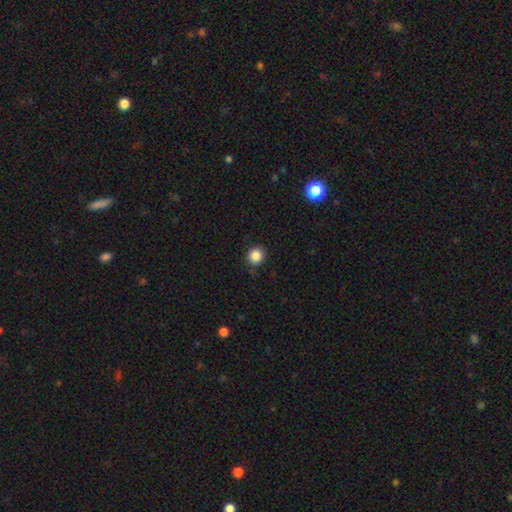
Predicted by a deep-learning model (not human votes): A smooth galaxy with no disk features (85%) that is round (91%). Merging: none (88%).